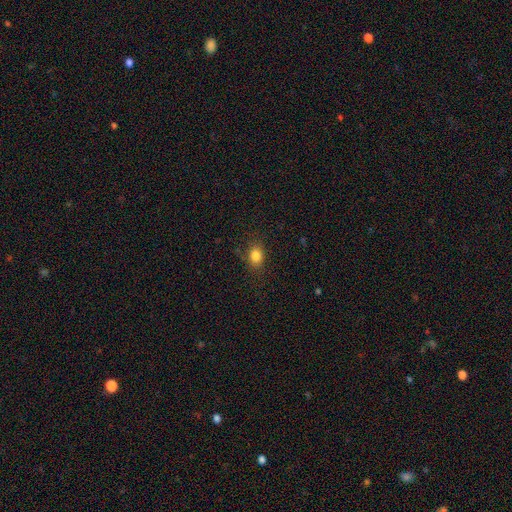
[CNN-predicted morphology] Smooth or featured? smooth (83%)
How rounded? in between (62%)
Merging? none (82%)